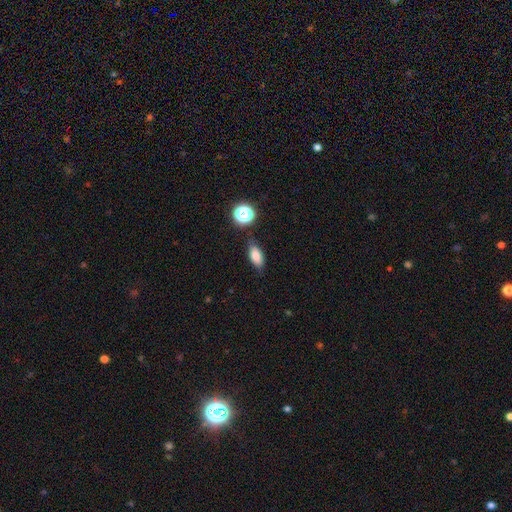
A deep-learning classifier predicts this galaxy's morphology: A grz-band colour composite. It shows a smooth galaxy with no disk features (79%) that is in between round and cigar-shaped (79%). Merging: none (77%).